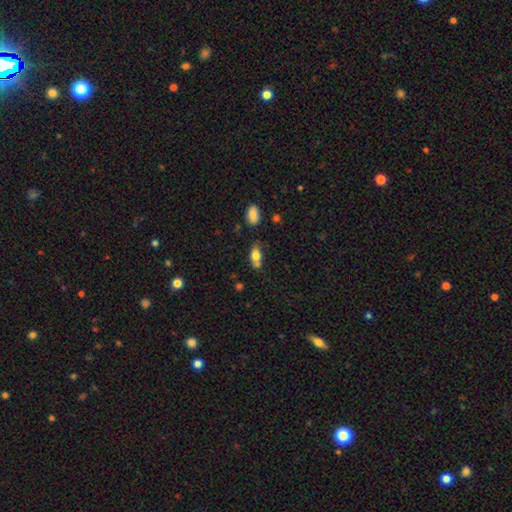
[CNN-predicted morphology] Smooth or featured?
  - smooth: 76% *
  - featured or disk: 15%
  - star or artifact: 9%
How rounded?
  - in between: 81% *
  - round: 10%
  - cigar-shaped: 9%
Merging?
  - none: 45% *
  - merger: 25%
  - minor disturbance: 22%
  - major disturbance: 7%